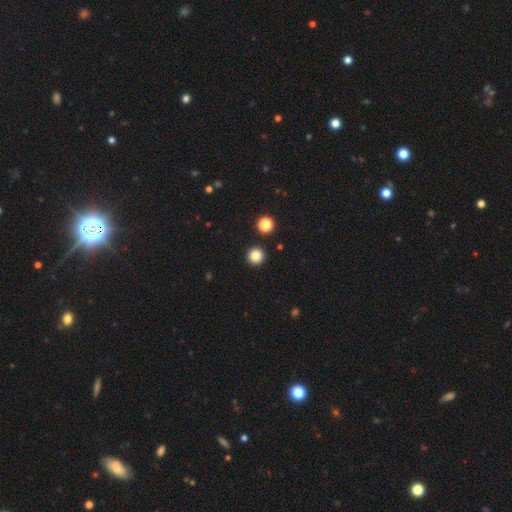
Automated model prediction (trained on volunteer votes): Overall: smooth (84%). How rounded: round (96%). Merging: none (92%).